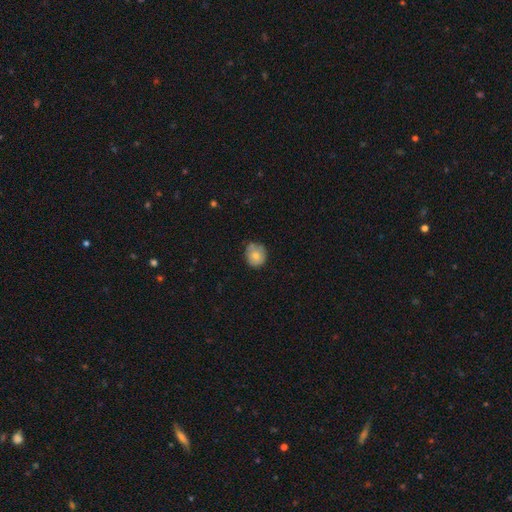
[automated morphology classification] Smooth or featured? smooth (75%)
How rounded? round (85%)
Merging? none (67%)